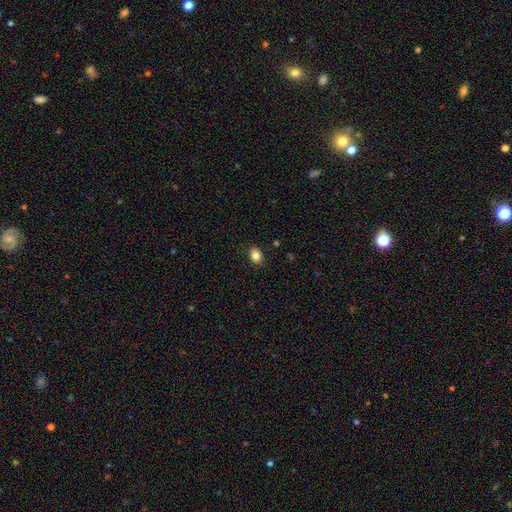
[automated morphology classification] A smooth galaxy with no disk features (83%) that is in between round and cigar-shaped (68%). Merging: none (87%).